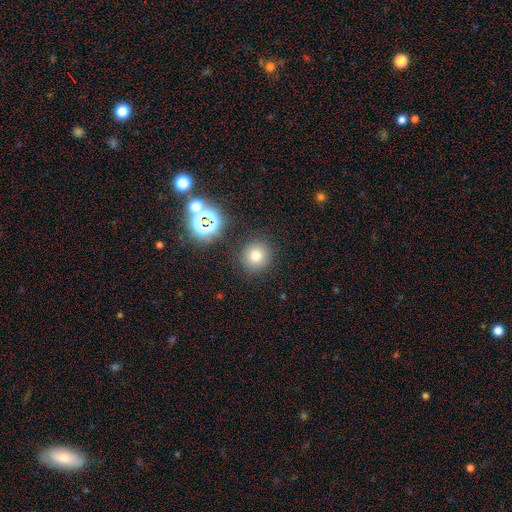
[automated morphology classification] This is likely a smooth galaxy (73%). How rounded: clearly round (92%). Merging: clearly none (87%).